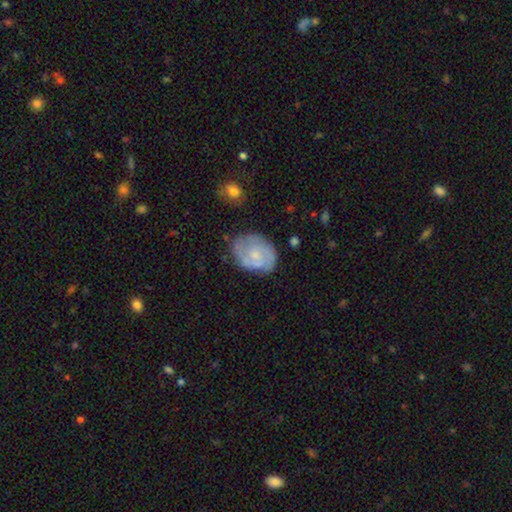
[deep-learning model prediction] smooth-or-featured: featured or disk: 63% | smooth: 31% | star or artifact: 6%
  disk-edge-on: no: 98% | yes: 2%
    bar: no: 70% | weak: 27% | strong: 3%
    has-spiral-arms: yes: 82% | no: 18%
      spiral-winding: tight: 45% | medium: 40% | loose: 15%
      spiral-arm-count: 2: 46% | can't tell: 30% | 3: 13% | 1: 4% | 4: 3% | more than 4: 3%
    bulge-size: small: 61% | moderate: 28% | none: 9% | large: 1% | dominant: 1%
  merging: none: 66% | minor disturbance: 24% | major disturbance: 8% | merger: 3%